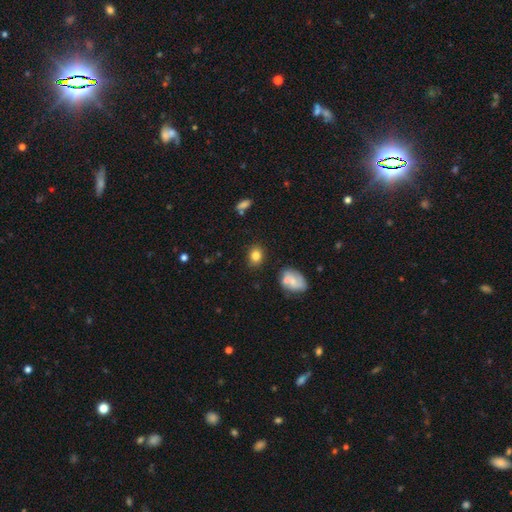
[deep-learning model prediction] Smooth or featured?
  - smooth: 83% *
  - star or artifact: 10%
  - featured or disk: 7%
How rounded?
  - round: 51% *
  - in between: 48%
  - cigar-shaped: 1%
Merging?
  - none: 82% *
  - minor disturbance: 11%
  - merger: 4%
  - major disturbance: 3%